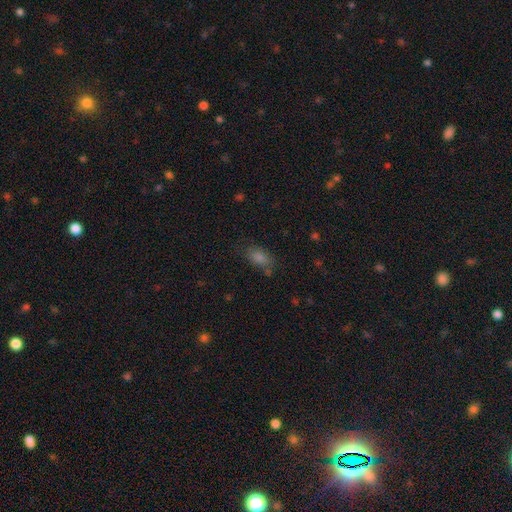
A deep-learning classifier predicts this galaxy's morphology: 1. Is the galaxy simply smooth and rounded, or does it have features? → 66% smooth, 24% star or artifact, 10% featured or disk.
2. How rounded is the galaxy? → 82% in between, 13% round, 5% cigar-shaped.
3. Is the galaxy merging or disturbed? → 76% none, 15% minor disturbance, 5% major disturbance, 4% merger.